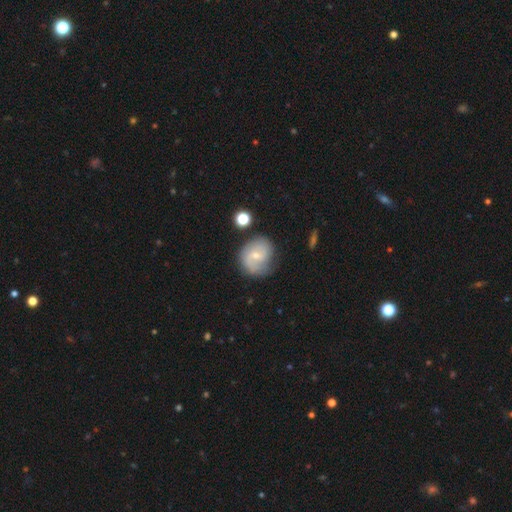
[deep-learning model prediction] Smooth or featured?
  - featured or disk: 61% *
  - smooth: 31%
  - star or artifact: 7%
Edge-on disk?
  - no: 97% *
  - yes: 3%
Bar?
  - weak: 47% *
  - no: 43%
  - strong: 9%
Spiral arms?
  - yes: 85% *
  - no: 15%
Spiral winding?
  - medium: 43% *
  - loose: 29%
  - tight: 28%
Spiral arm count?
  - 2: 67% *
  - can't tell: 17%
  - 1: 11%
  - 3: 3%
  - 4: 1%
  - more than 4: 1%
Bulge size?
  - small: 62% *
  - moderate: 33%
  - none: 2%
  - large: 1%
  - dominant: 1%
Merging?
  - none: 65% *
  - minor disturbance: 23%
  - major disturbance: 8%
  - merger: 4%